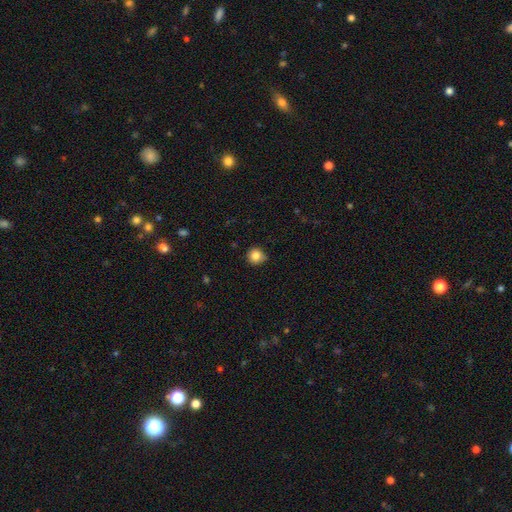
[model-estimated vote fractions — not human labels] Smooth or featured? Predicted: smooth (p=0.84). How rounded? Predicted: round (p=0.92). Merging? Predicted: none (p=0.79).